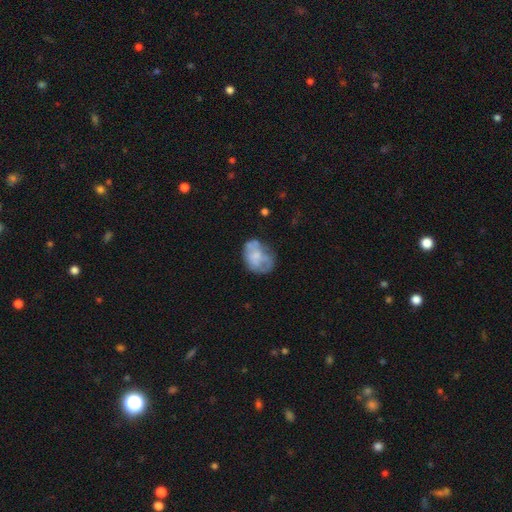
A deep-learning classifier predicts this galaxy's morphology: Q: Smooth or featured?
A: smooth (49%); runner-up: featured or disk (43%)
Q: Merging?
A: none (44%); runner-up: minor disturbance (28%)